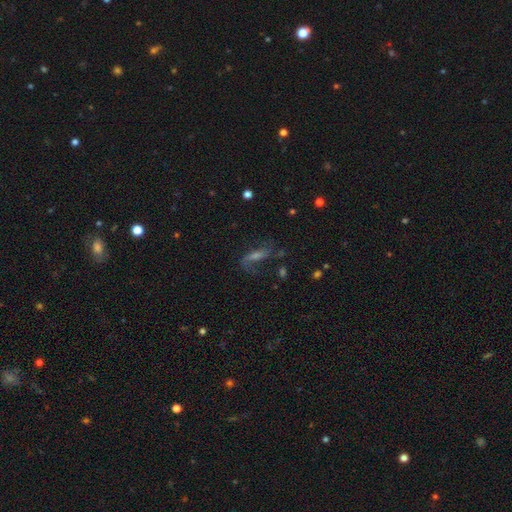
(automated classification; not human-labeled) Morphology: type=featured or disk (61%); edge-on=no (83%); bar=weak (38%); spiral arms=yes (86%); bulge=small (42%); merging=none (54%).